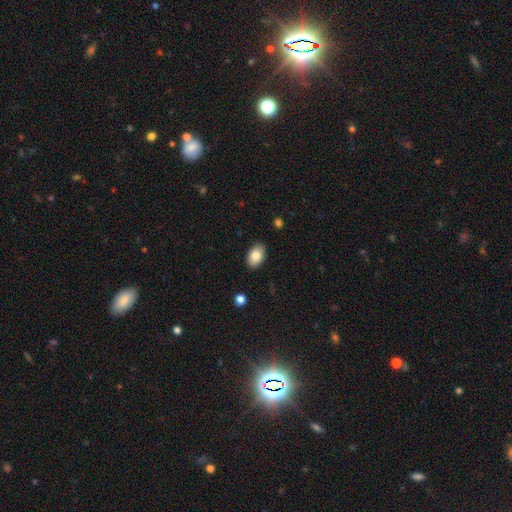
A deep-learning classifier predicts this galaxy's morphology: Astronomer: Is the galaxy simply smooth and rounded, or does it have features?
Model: smooth — 83%.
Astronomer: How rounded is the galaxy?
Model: in between — 90%.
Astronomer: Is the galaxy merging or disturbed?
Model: none — 88%.